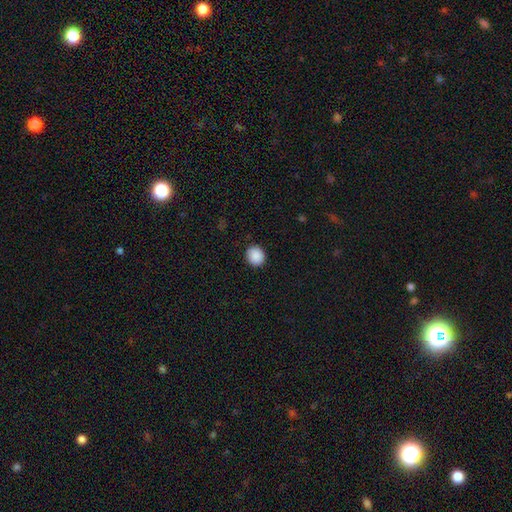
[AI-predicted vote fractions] This appears to be a smooth galaxy with no disk features (90%) that is round (82%). Merging: none (91%).